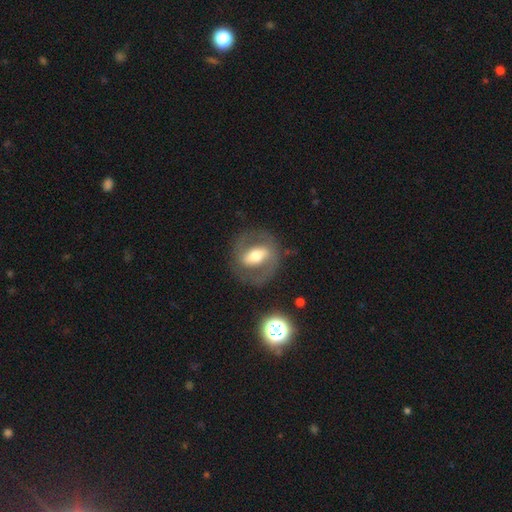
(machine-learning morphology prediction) Smooth or featured? Predicted: featured or disk (p=0.71). Edge-on disk? Predicted: no (p=0.92). Bar? Predicted: strong (p=0.54). Spiral arms? Predicted: yes (p=0.65). Bulge size? Predicted: moderate (p=0.62). Merging? Predicted: none (p=0.76).